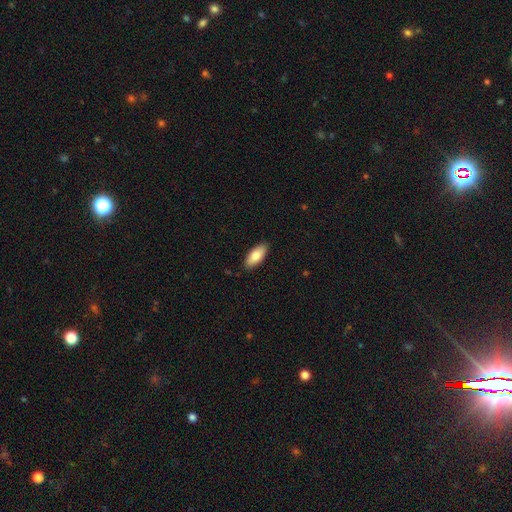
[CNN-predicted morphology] Smooth or featured? smooth (81%)
How rounded? in between (88%)
Merging? none (89%)